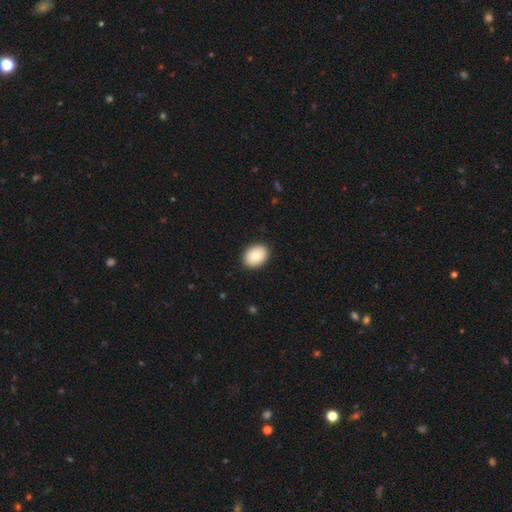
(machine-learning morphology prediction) The model was most divided on "how rounded": in between: 71%, round: 28%, cigar-shaped: 1%. More confident: merging — none (91%); smooth or featured — smooth (89%).